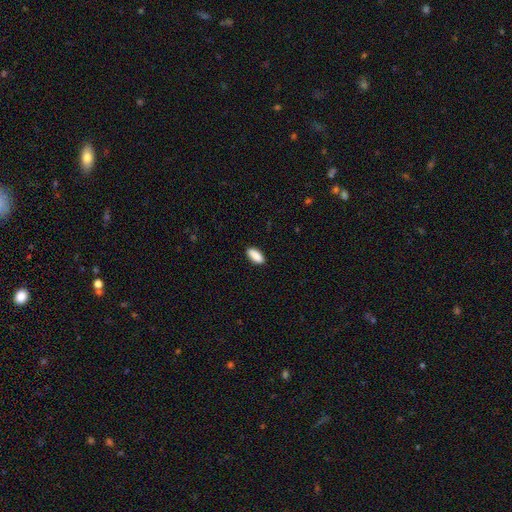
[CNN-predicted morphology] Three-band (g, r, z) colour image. It shows a smooth galaxy with no disk features (89%) that is in between round and cigar-shaped (82%). Merging: none (88%).